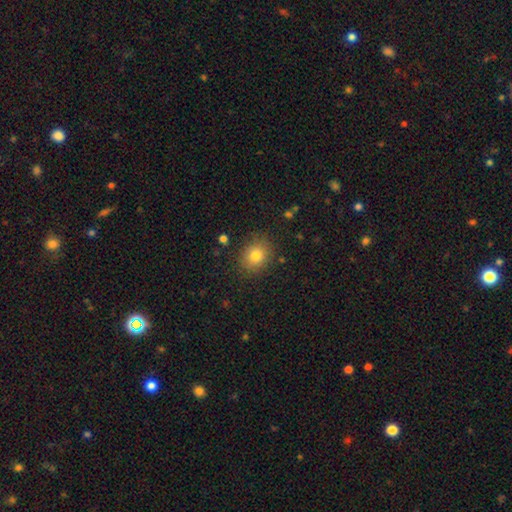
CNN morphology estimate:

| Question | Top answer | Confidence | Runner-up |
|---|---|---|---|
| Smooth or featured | smooth | 80% | star or artifact (11%) |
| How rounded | round | 66% | in between (33%) |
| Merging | none | 85% | minor disturbance (10%) |